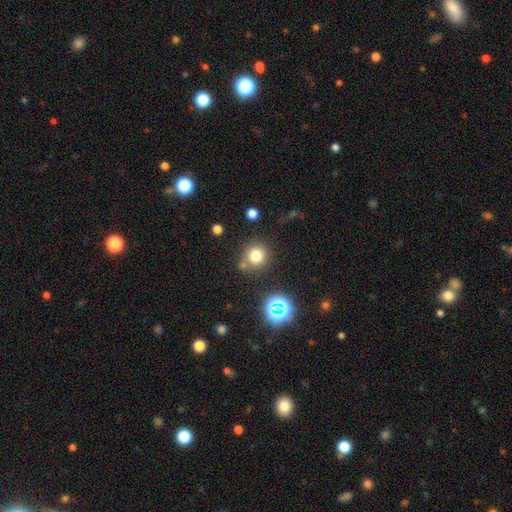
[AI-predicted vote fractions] Q: Smooth or featured?
A: smooth (76%); runner-up: star or artifact (17%)
Q: How rounded?
A: round (92%); runner-up: in between (7%)
Q: Merging?
A: none (77%); runner-up: minor disturbance (10%)